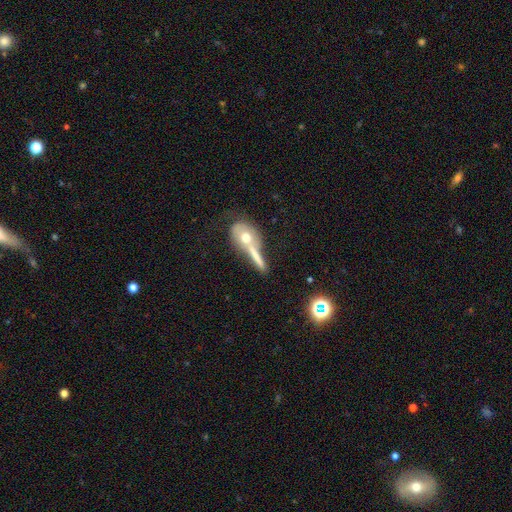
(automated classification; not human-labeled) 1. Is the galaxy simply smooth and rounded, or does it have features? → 61% smooth, 29% featured or disk, 9% star or artifact.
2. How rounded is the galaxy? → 39% cigar-shaped, 33% in between, 28% round.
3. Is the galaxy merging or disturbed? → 42% none, 36% merger, 13% minor disturbance, 9% major disturbance.